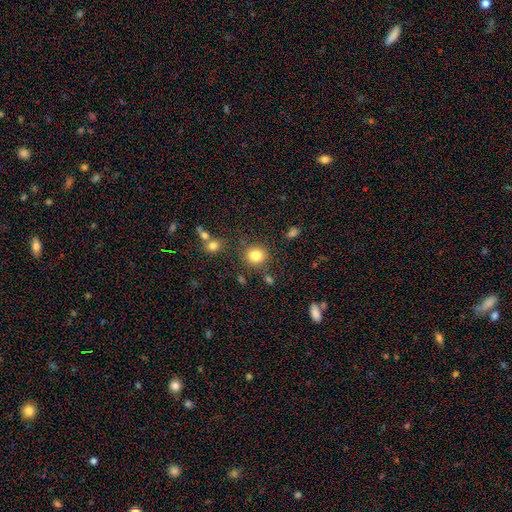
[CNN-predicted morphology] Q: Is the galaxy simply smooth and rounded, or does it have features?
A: smooth — 82%.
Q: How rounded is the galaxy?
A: round — 86%.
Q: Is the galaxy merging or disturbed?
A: none — 81%.